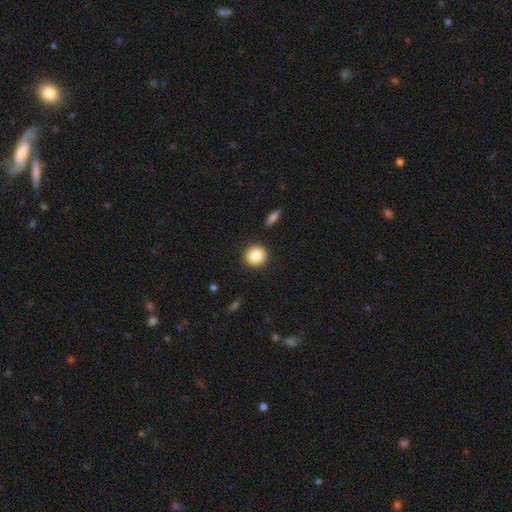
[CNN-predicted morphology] This appears to be a smooth galaxy with no disk features (84%) that is round (93%). Merging: none (90%).